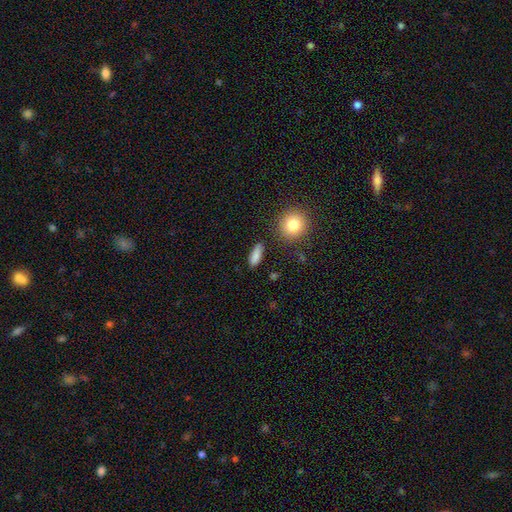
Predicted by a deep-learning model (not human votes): Smooth or featured? Predicted: smooth (p=0.85). How rounded? Predicted: in between (p=0.62). Merging? Predicted: none (p=0.83).